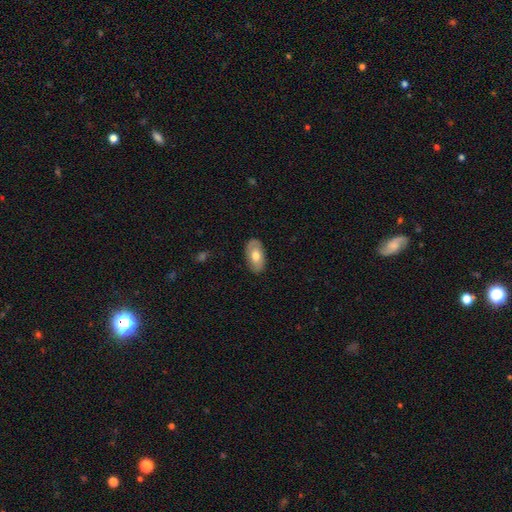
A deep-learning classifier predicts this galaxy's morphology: smooth-or-featured: smooth: 60% | featured or disk: 34% | star or artifact: 6%
  how-rounded: in between: 93% | round: 4% | cigar-shaped: 2%
  merging: none: 84% | minor disturbance: 13% | major disturbance: 3% | merger: 1%